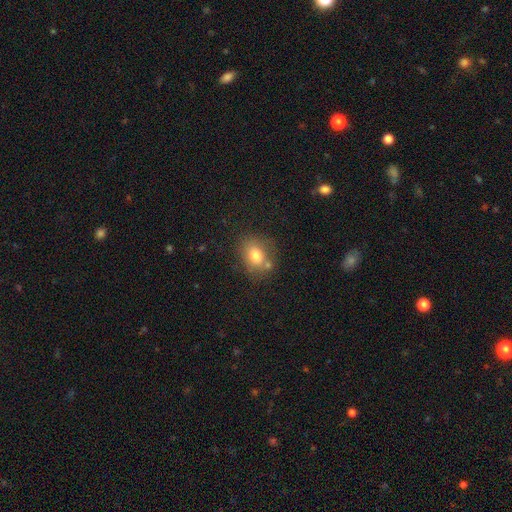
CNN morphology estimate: The model was most divided on "how rounded": in between: 59%, round: 40%, cigar-shaped: 1%. More confident: smooth or featured — smooth (76%); merging — none (61%).